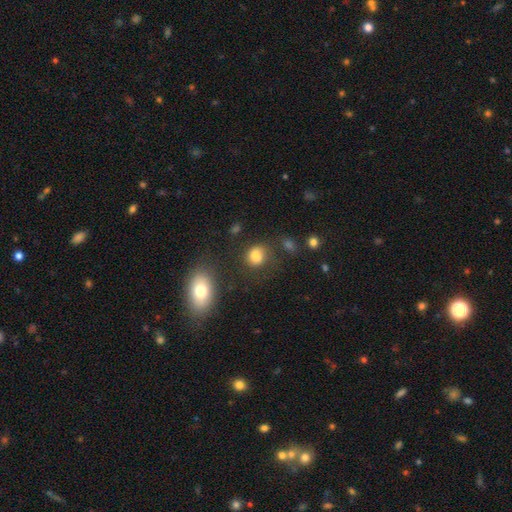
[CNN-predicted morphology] smooth-or-featured: smooth: 80% | star or artifact: 12% | featured or disk: 9%
  how-rounded: round: 56% | in between: 43% | cigar-shaped: 1%
  merging: none: 60% | minor disturbance: 20% | merger: 10% | major disturbance: 10%